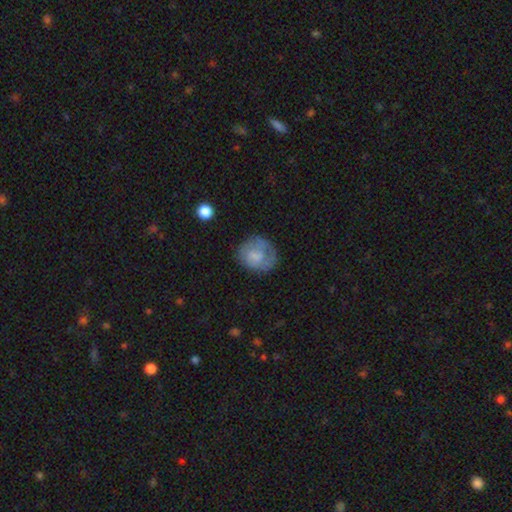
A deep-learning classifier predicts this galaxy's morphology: smooth_or_featured: smooth (p=0.60) [alt: featured or disk p=0.32]
how_rounded: round (p=0.71) [alt: in between p=0.28]
merging: none (p=0.57) [alt: minor disturbance p=0.24]